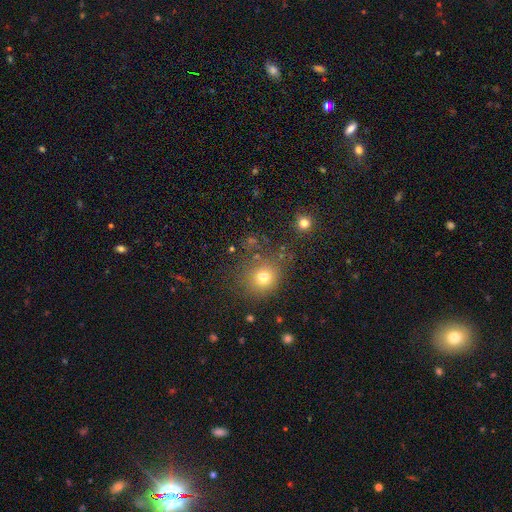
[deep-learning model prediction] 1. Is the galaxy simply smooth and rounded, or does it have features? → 62% smooth, 31% star or artifact, 8% featured or disk.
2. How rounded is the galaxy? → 88% round, 10% in between, 1% cigar-shaped.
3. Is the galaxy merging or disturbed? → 76% none, 12% minor disturbance, 8% merger, 5% major disturbance.